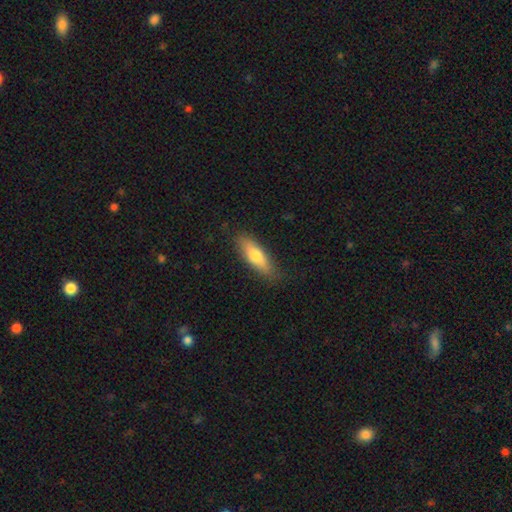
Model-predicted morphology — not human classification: Q: Smooth or featured?
A: smooth (72%); runner-up: featured or disk (22%)
Q: How rounded?
A: in between (51%); runner-up: cigar-shaped (47%)
Q: Merging?
A: none (82%); runner-up: minor disturbance (14%)